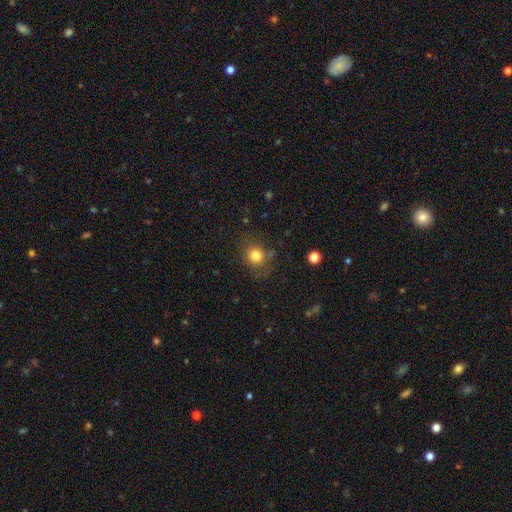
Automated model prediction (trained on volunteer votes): A smooth galaxy with no disk features (80%) that is round (78%).

Vote fractions:
- Smooth or featured? smooth: 80% / star or artifact: 12% / featured or disk: 8%
- How rounded? round: 78% / in between: 21% / cigar-shaped: 1%
- Merging? none: 73% / minor disturbance: 17% / major disturbance: 7% / merger: 3%